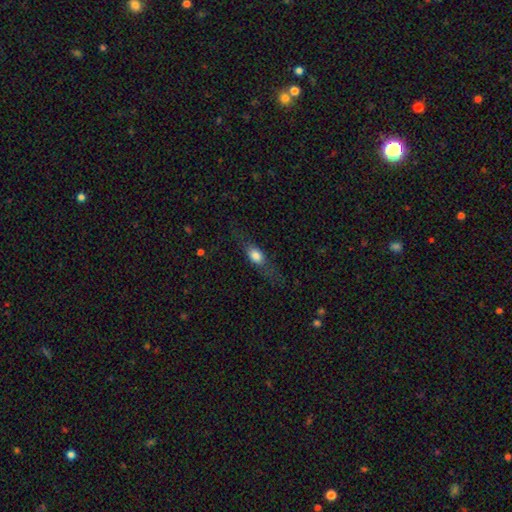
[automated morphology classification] Smooth or featured: smooth — 66% (featured or disk — 26%)
How rounded: in between — 64% (cigar-shaped — 25%)
Merging: none — 66% (minor disturbance — 19%)